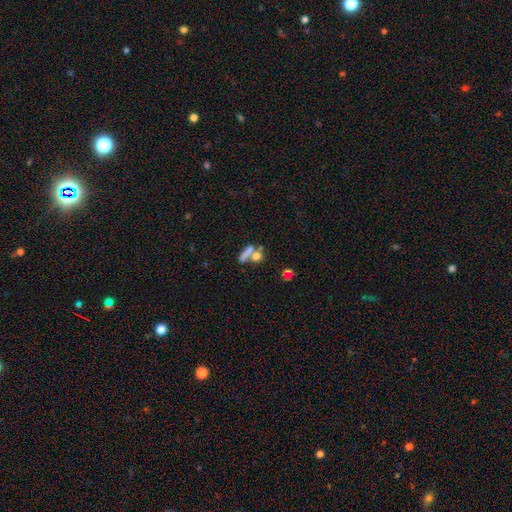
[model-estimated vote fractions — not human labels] Smooth or featured?
  - smooth: 68% *
  - featured or disk: 18%
  - star or artifact: 15%
How rounded?
  - round: 43% *
  - cigar-shaped: 29%
  - in between: 28%
Merging?
  - none: 43% *
  - merger: 40%
  - minor disturbance: 9%
  - major disturbance: 7%